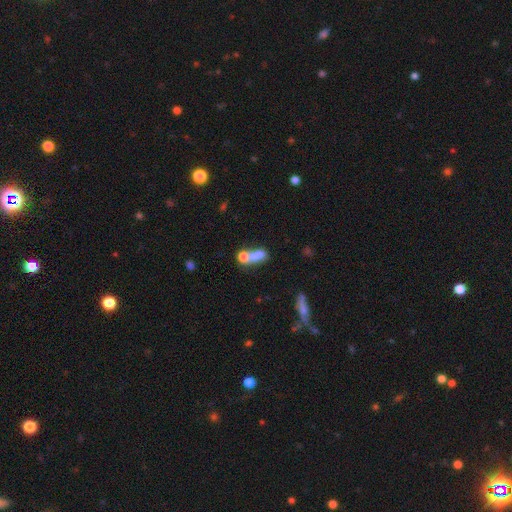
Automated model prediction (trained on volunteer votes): The model was most divided on "how rounded": in between: 52%, round: 31%, cigar-shaped: 17%. More confident: smooth or featured — smooth (65%); merging — merger (59%).